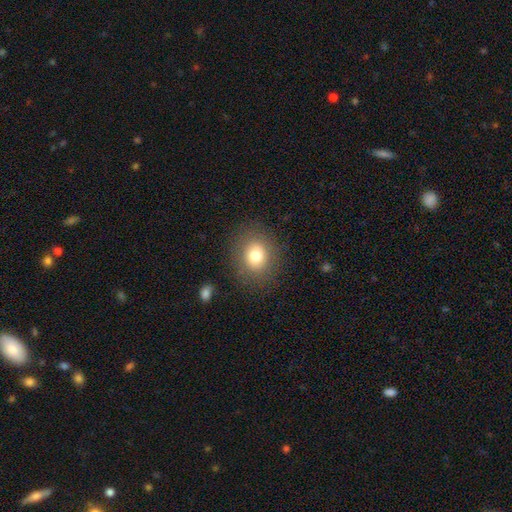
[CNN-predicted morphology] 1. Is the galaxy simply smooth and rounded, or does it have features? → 77% smooth, 12% featured or disk, 11% star or artifact.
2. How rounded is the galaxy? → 62% round, 37% in between, 1% cigar-shaped.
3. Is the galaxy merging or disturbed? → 84% none, 10% minor disturbance, 5% major disturbance, 1% merger.